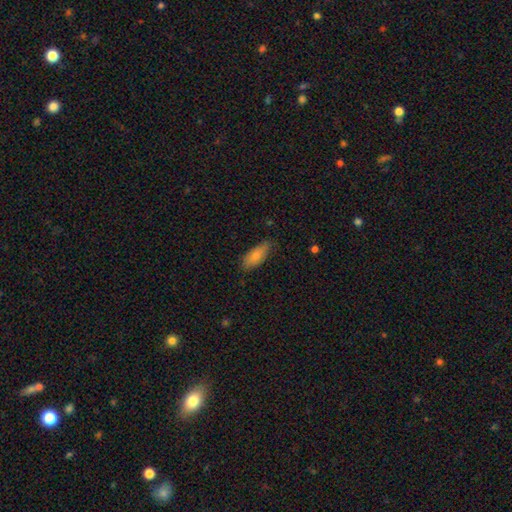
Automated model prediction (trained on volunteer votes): Smooth or featured?
  - smooth: 77% *
  - featured or disk: 17%
  - star or artifact: 7%
How rounded?
  - in between: 79% *
  - cigar-shaped: 18%
  - round: 2%
Merging?
  - none: 72% *
  - minor disturbance: 23%
  - major disturbance: 4%
  - merger: 1%